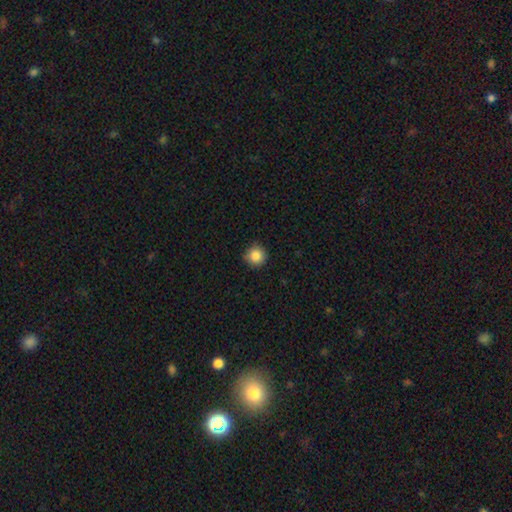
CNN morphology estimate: This is clearly a smooth galaxy (86%). How rounded: clearly round (95%). Merging: clearly none (88%).